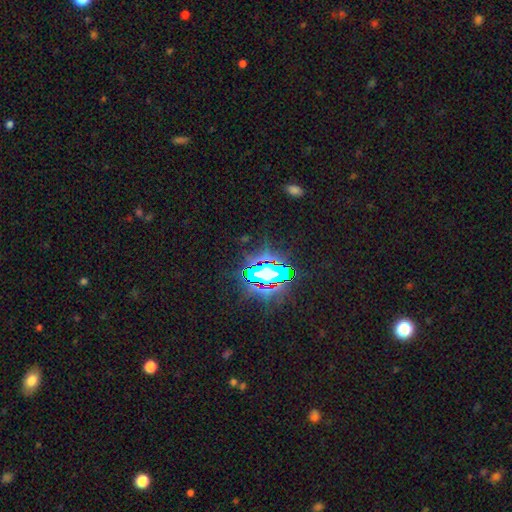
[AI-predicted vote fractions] Overall: star or artifact (81%).